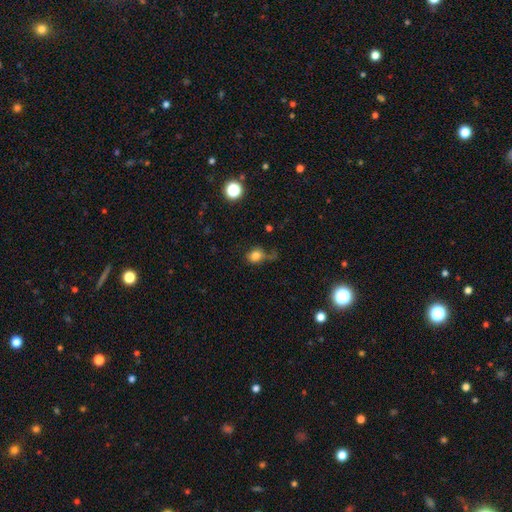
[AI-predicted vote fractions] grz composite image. It shows a smooth galaxy with no disk features (79%) that is round (65%). Merging: none (47%).